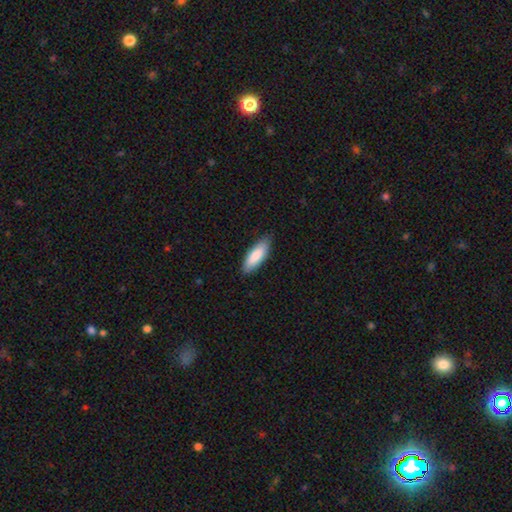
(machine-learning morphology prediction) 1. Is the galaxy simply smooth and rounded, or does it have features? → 84% smooth, 11% featured or disk, 5% star or artifact.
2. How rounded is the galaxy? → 64% in between, 35% cigar-shaped, 1% round.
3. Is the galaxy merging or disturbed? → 84% none, 13% minor disturbance, 2% major disturbance, 1% merger.